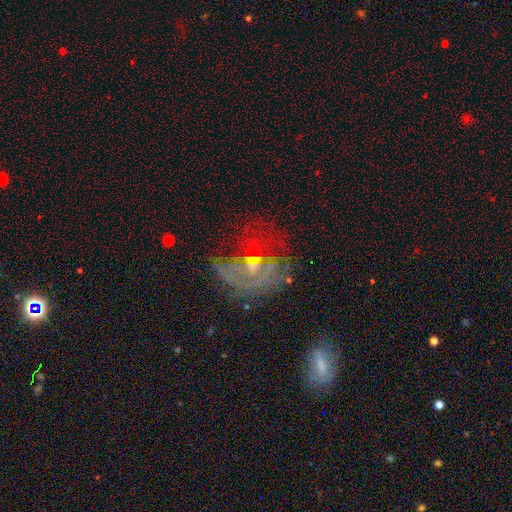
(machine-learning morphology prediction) Q: Smooth or featured?
A: featured or disk (59%); runner-up: star or artifact (22%)
Q: Edge-on disk?
A: no (96%); runner-up: yes (4%)
Q: Bar?
A: no (69%); runner-up: weak (23%)
Q: Spiral arms?
A: no (52%); runner-up: yes (48%)
Q: Bulge size?
A: small (43%); runner-up: moderate (28%)
Q: Merging?
A: none (36%); runner-up: major disturbance (34%)